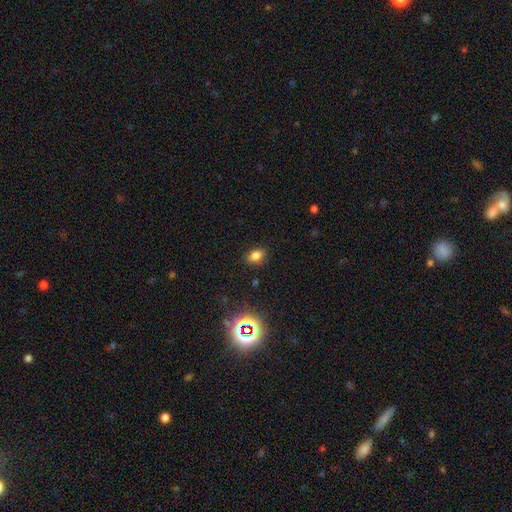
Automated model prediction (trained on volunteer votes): smooth 77%, star or artifact 16%, featured or disk 7%. Down the decision tree: how rounded — in between (78%); merging — none (84%).